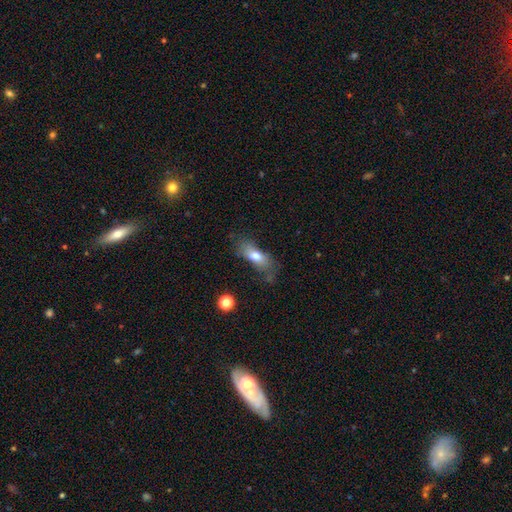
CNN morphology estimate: Smooth or featured? smooth (70%)
How rounded? in between (72%)
Merging? none (53%)